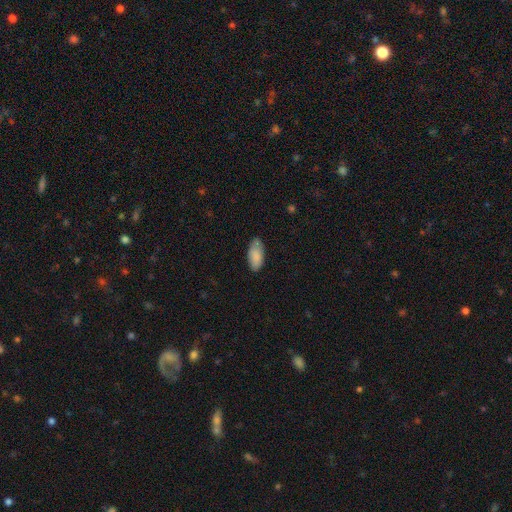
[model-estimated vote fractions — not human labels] smooth-or-featured: smooth: 86% | featured or disk: 8% | star or artifact: 6%
  how-rounded: in between: 90% | cigar-shaped: 8% | round: 2%
  merging: none: 78% | minor disturbance: 18% | major disturbance: 3% | merger: 1%